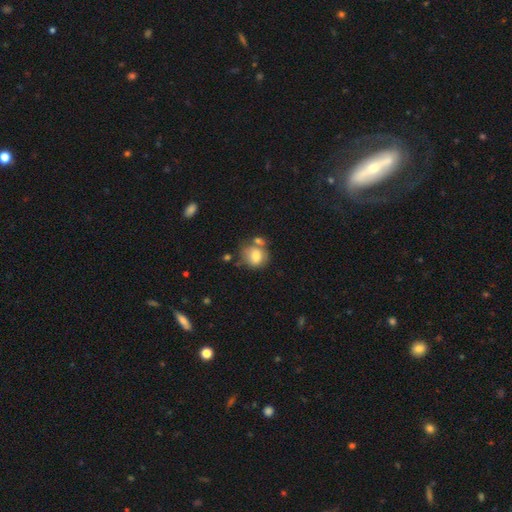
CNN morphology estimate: A smooth galaxy with no disk features (76%) that is round (71%). Merging: none (50%).